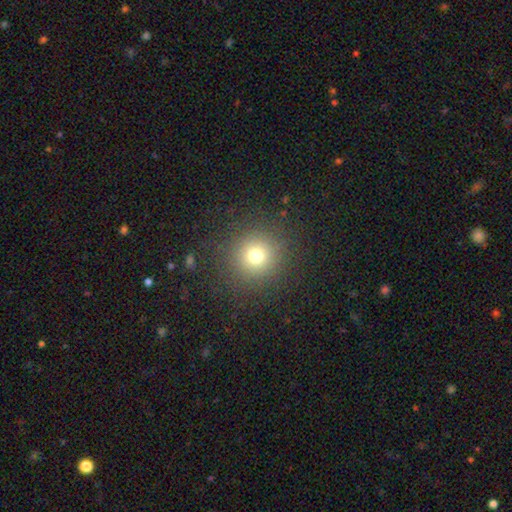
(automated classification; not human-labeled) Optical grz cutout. It shows a smooth galaxy with no disk features (72%) that is round (94%). Merging: none (88%).